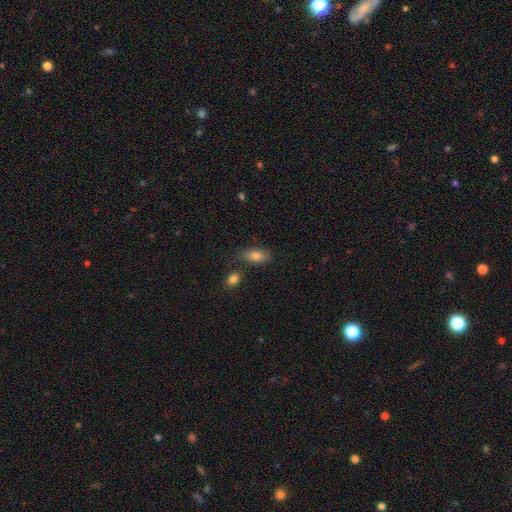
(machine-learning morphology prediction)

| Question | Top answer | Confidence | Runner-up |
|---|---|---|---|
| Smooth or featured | smooth | 79% | featured or disk (12%) |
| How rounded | in between | 86% | cigar-shaped (10%) |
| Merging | none | 74% | minor disturbance (15%) |